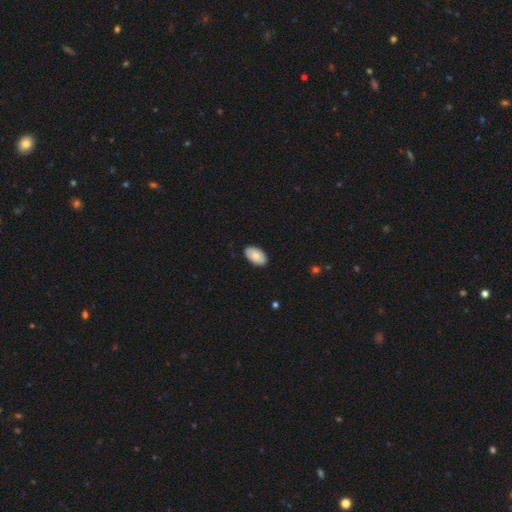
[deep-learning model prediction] The model was most divided on "smooth or featured": smooth: 82%, featured or disk: 12%, star or artifact: 6%. More confident: how rounded — in between (95%); merging — none (87%).